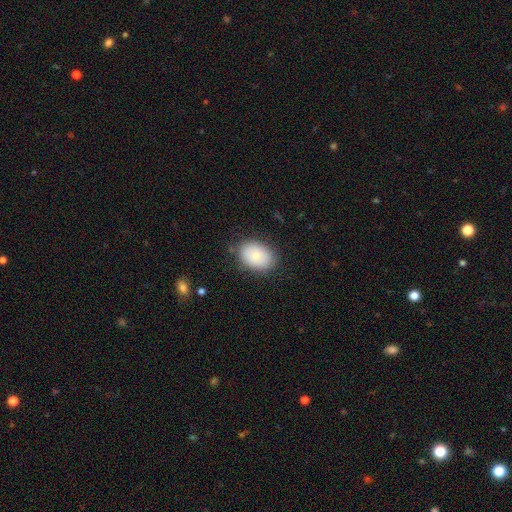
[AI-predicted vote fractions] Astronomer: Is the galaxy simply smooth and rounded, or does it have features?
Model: smooth — 76%.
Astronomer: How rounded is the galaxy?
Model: in between — 76%.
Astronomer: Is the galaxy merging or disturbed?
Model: none — 82%.